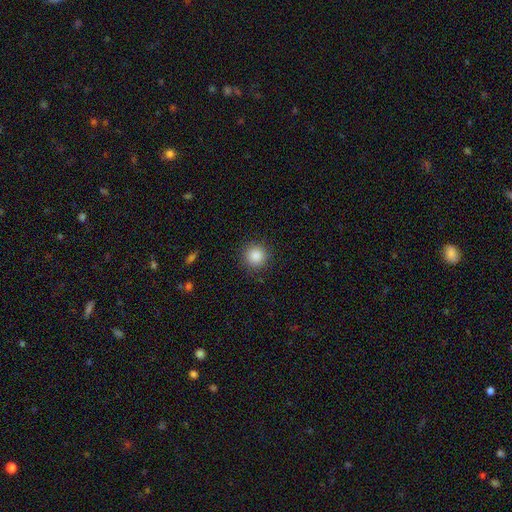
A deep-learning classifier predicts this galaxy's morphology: Overall: smooth (86%). How rounded: round (94%). Merging: none (90%).